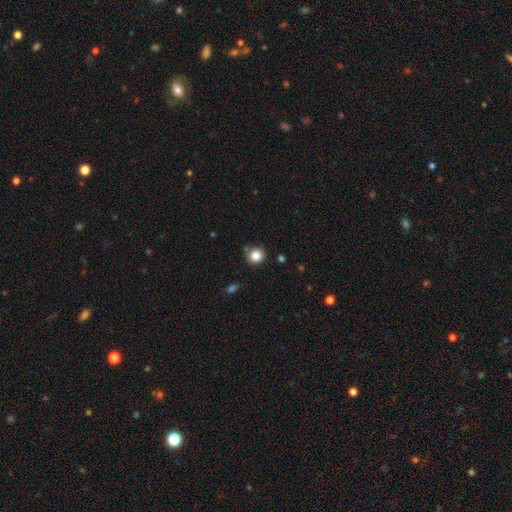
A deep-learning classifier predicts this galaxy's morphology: Smooth or featured?
  - smooth: 84% *
  - star or artifact: 11%
  - featured or disk: 5%
How rounded?
  - round: 90% *
  - in between: 9%
  - cigar-shaped: 1%
Merging?
  - none: 81% *
  - minor disturbance: 11%
  - merger: 5%
  - major disturbance: 3%